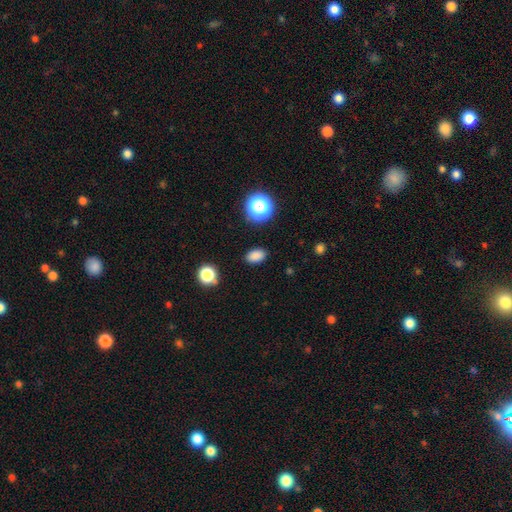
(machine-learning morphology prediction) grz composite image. It shows a smooth galaxy with no disk features (84%) that is in between round and cigar-shaped (82%). Merging: none (88%).